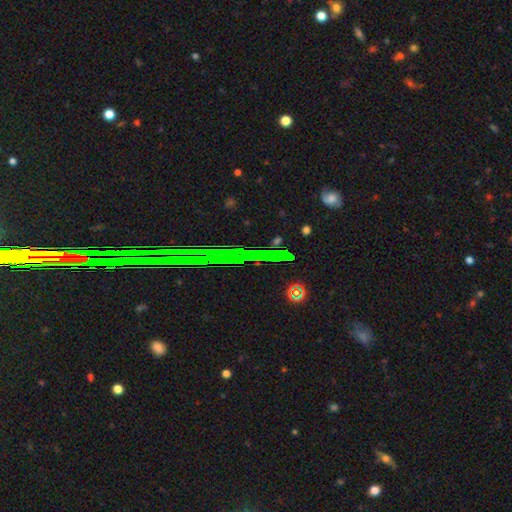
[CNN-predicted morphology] type=star or artifact (80%).